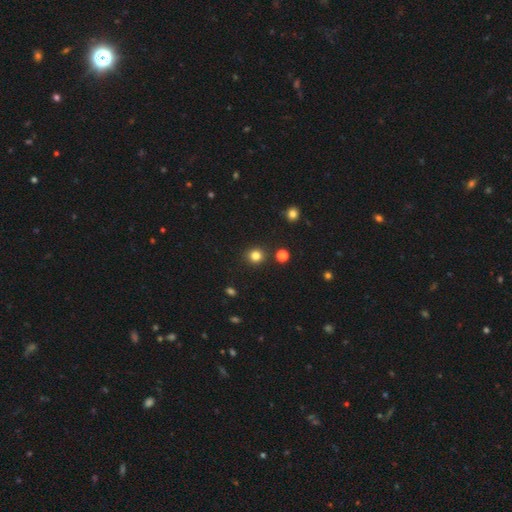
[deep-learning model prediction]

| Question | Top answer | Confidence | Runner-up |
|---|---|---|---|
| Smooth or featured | smooth | 82% | star or artifact (14%) |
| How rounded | round | 92% | in between (7%) |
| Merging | none | 90% | minor disturbance (6%) |